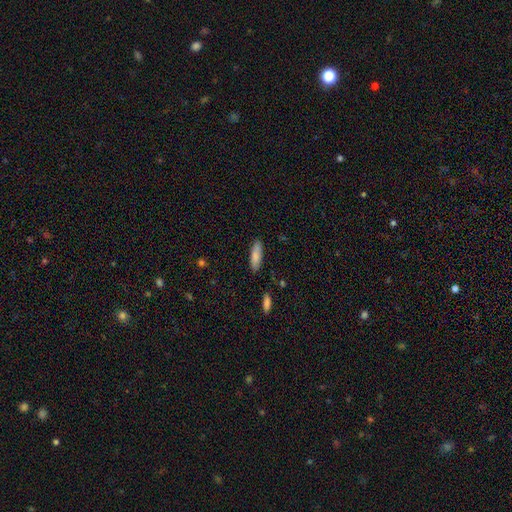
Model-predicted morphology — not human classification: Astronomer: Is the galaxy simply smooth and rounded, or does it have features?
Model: smooth — 83%.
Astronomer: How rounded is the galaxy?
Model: cigar-shaped — 53% (runner-up: in between, 45%).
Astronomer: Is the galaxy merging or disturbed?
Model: none — 87%.